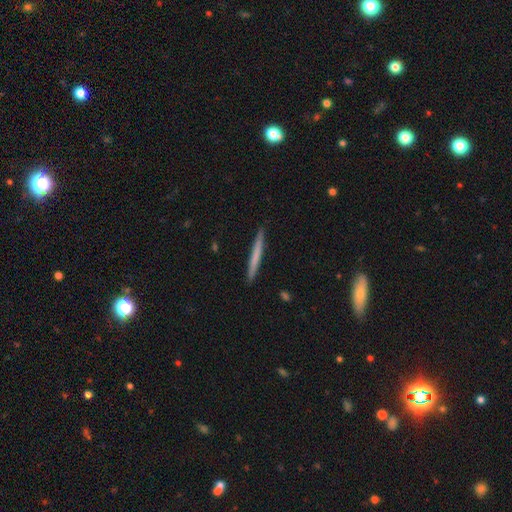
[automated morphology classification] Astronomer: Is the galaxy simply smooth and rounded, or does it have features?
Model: smooth — 60% (runner-up: featured or disk, 35%).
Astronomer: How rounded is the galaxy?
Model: cigar-shaped — 97%.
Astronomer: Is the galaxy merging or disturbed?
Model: none — 91%.